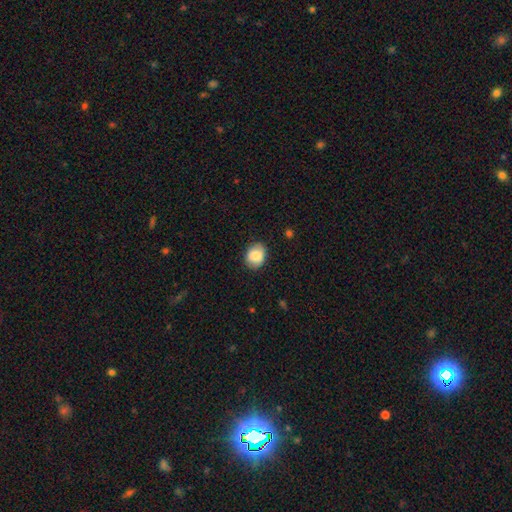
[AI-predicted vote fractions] This appears to be a smooth galaxy with no disk features (84%) that is in between round and cigar-shaped (58%). Merging: none (83%).